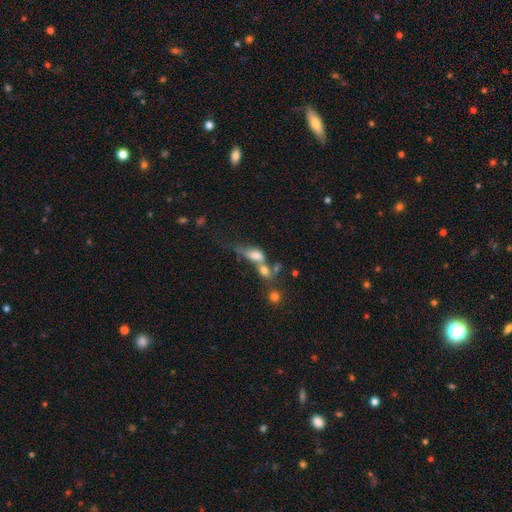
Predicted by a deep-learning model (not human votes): Morphology: type=smooth (58%); roundness=in between (68%); merging=merger (58%).